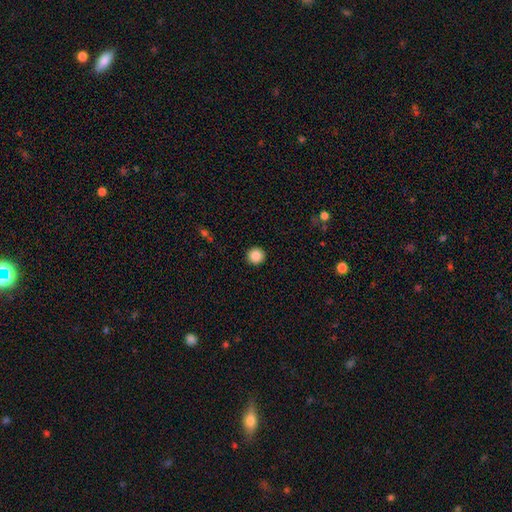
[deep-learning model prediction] The model was most divided on "smooth or featured": smooth: 87%, star or artifact: 9%, featured or disk: 3%. More confident: how rounded — round (95%); merging — none (93%).